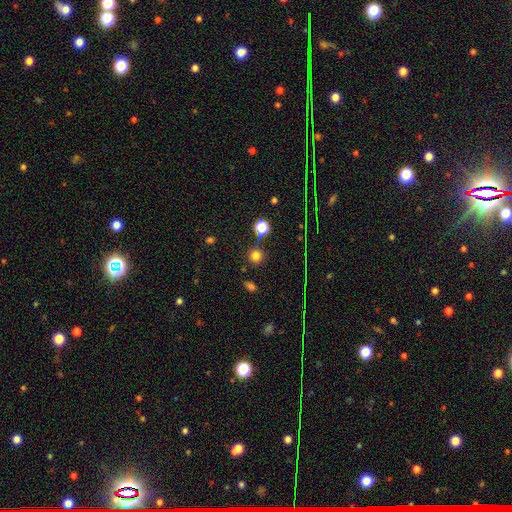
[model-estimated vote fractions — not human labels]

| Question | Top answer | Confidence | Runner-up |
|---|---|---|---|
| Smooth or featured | smooth | 73% | star or artifact (22%) |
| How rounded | round | 92% | in between (7%) |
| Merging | none | 80% | minor disturbance (9%) |